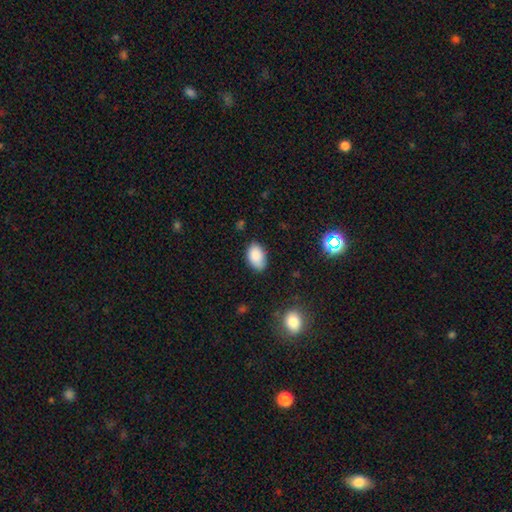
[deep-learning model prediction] A smooth galaxy with no disk features (88%) that is in between round and cigar-shaped (92%). Merging: none (78%).